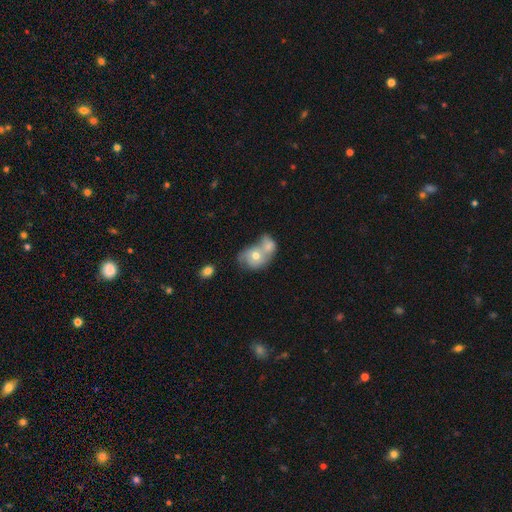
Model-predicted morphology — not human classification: Q: Smooth or featured?
A: smooth (55%); runner-up: featured or disk (38%)
Q: How rounded?
A: round (52%); runner-up: in between (47%)
Q: Merging?
A: merger (68%); runner-up: none (17%)